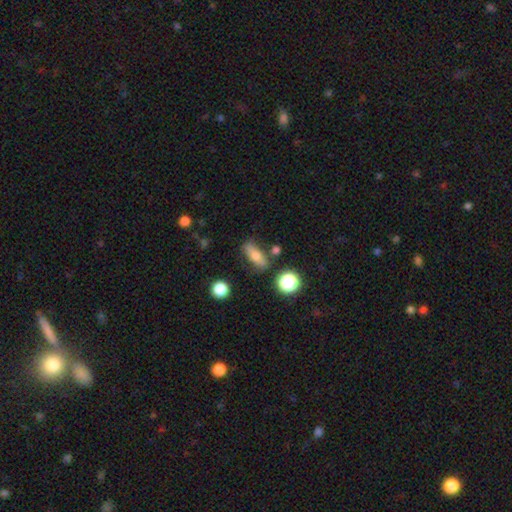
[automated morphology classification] Smooth or featured?
  - smooth: 66% *
  - featured or disk: 23%
  - star or artifact: 11%
How rounded?
  - in between: 56% *
  - cigar-shaped: 34%
  - round: 10%
Merging?
  - none: 74% *
  - minor disturbance: 15%
  - merger: 6%
  - major disturbance: 5%